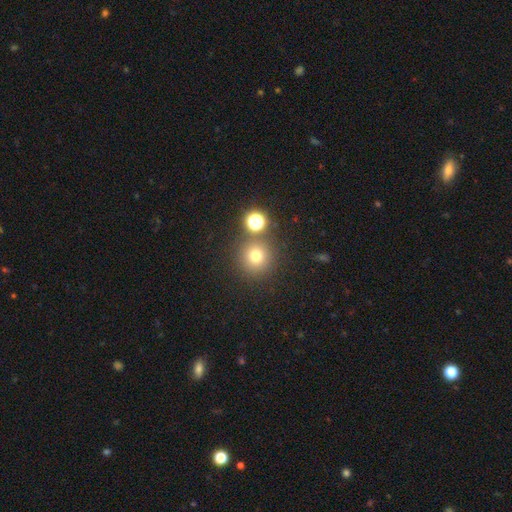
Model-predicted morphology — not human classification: type=smooth (73%); roundness=round (94%); merging=none (79%).